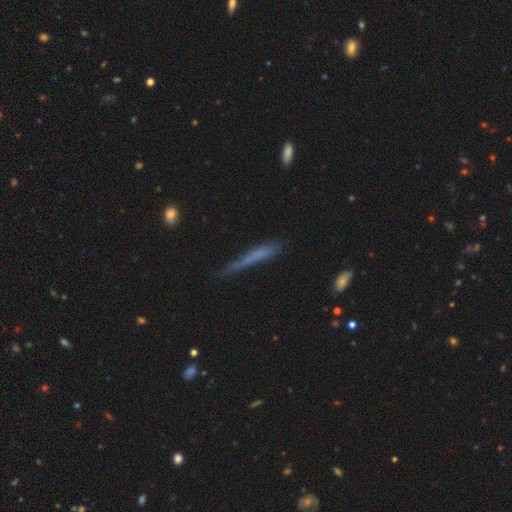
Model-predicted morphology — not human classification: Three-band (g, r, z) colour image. It shows a smooth galaxy with no disk features (57%) that is cigar-shaped (94%). Merging: none (58%).